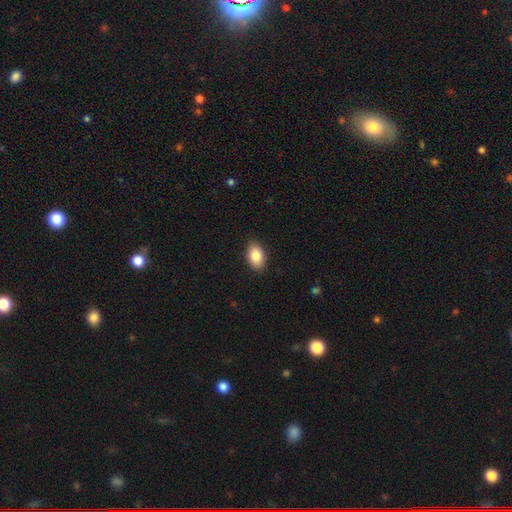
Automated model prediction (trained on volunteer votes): Morphology: type=smooth (87%); roundness=in between (90%); merging=none (89%).